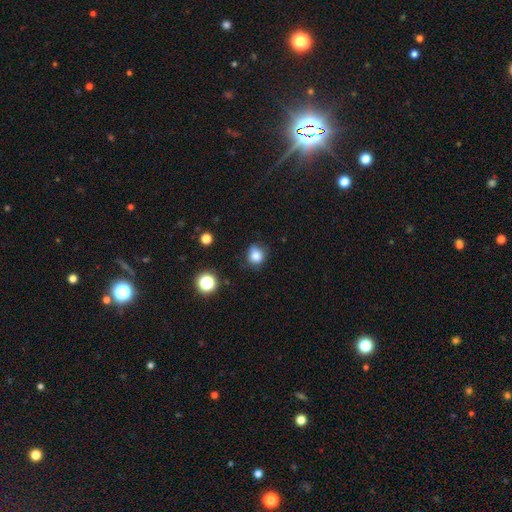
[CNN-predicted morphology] type=smooth (81%); roundness=round (77%); merging=none (72%).